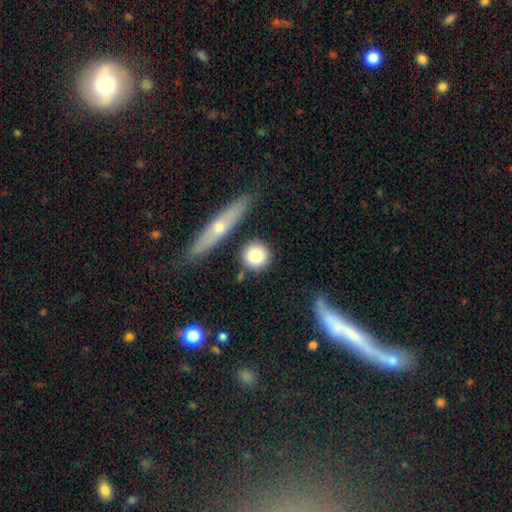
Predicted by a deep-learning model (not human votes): Morphology: type=smooth (79%); roundness=round (87%); merging=none (77%).